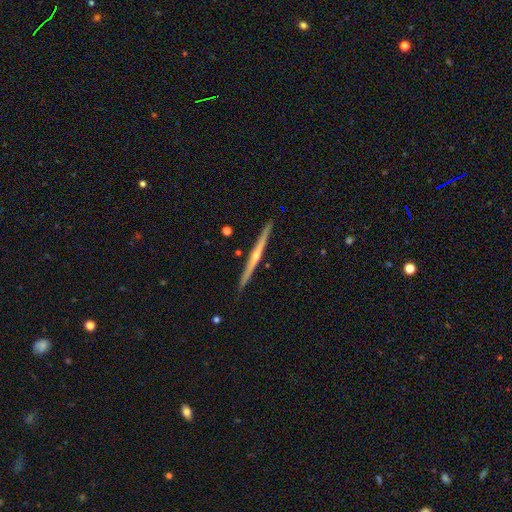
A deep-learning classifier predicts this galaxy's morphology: featured or disk 76%, smooth 19%, star or artifact 5%. Down the decision tree: edge-on disk — yes (98%); edge-on bulge — rounded (66%); merging — none (92%).